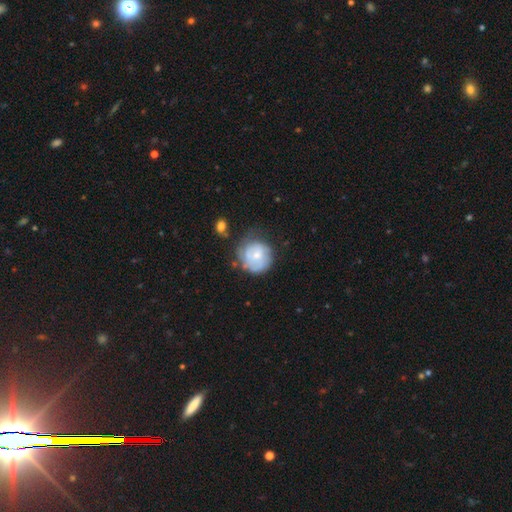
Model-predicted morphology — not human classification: A featured or disk galaxy (47%). Merging: none (52%).